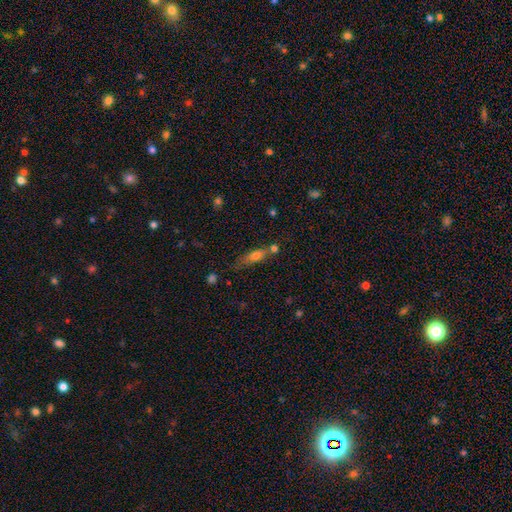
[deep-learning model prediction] Smooth or featured?
  - smooth: 68% *
  - featured or disk: 23%
  - star or artifact: 10%
How rounded?
  - in between: 50% *
  - cigar-shaped: 46%
  - round: 4%
Merging?
  - none: 50% *
  - minor disturbance: 21%
  - merger: 21%
  - major disturbance: 8%